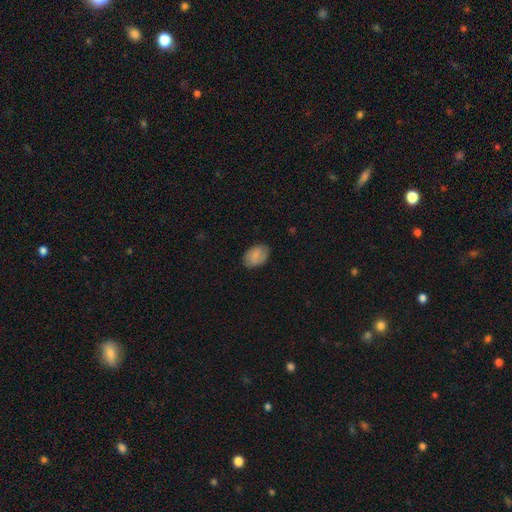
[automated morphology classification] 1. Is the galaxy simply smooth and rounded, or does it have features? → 76% smooth, 17% featured or disk, 8% star or artifact.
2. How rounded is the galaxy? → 86% in between, 13% round, 1% cigar-shaped.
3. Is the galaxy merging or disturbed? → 82% none, 14% minor disturbance, 3% major disturbance, 1% merger.